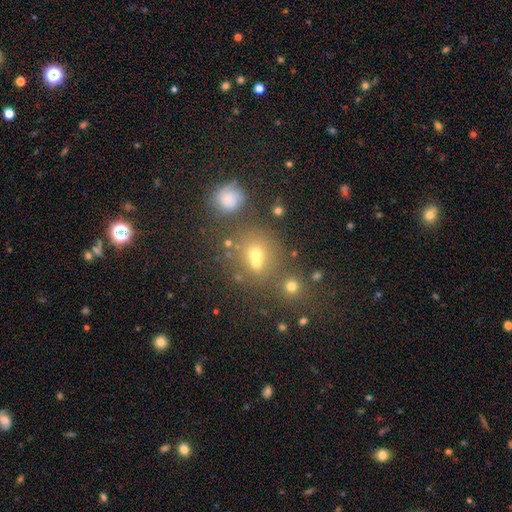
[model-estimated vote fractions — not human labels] Overall: smooth (50%; star or artifact 35%). How rounded: round (69%). Merging: none (57%; merger 27%).